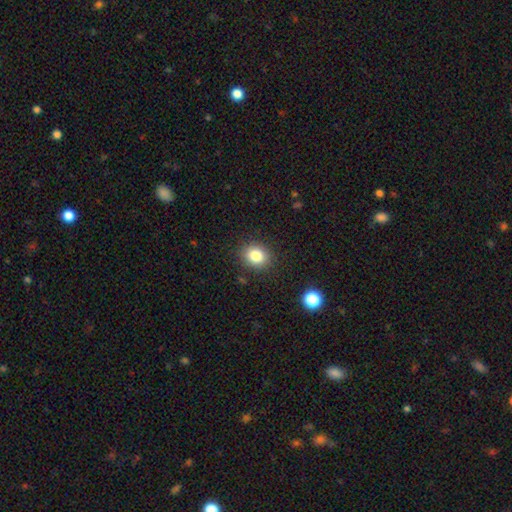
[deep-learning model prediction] Smooth or featured? Predicted: smooth (p=0.82). How rounded? Predicted: round (p=0.67). Merging? Predicted: none (p=0.88).